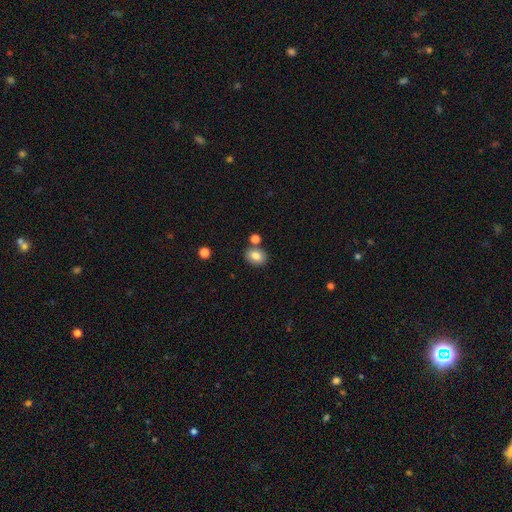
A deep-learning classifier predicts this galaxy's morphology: smooth_or_featured: smooth (p=0.82) [alt: star or artifact p=0.09]
how_rounded: in between (p=0.61) [alt: round p=0.38]
merging: none (p=0.74) [alt: merger p=0.12]